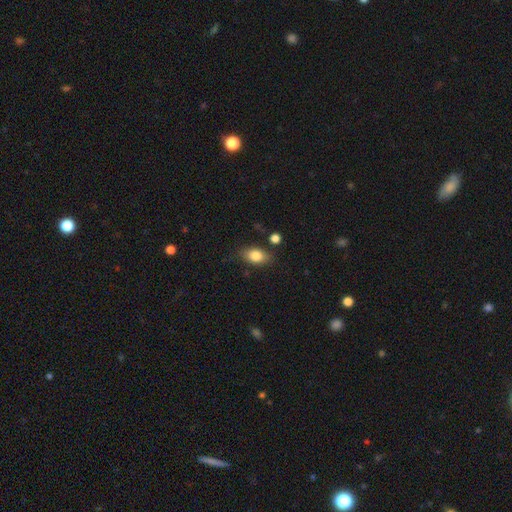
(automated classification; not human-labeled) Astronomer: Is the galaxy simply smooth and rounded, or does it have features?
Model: smooth — 83%.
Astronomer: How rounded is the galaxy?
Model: in between — 85%.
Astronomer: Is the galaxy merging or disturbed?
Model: none — 77%.